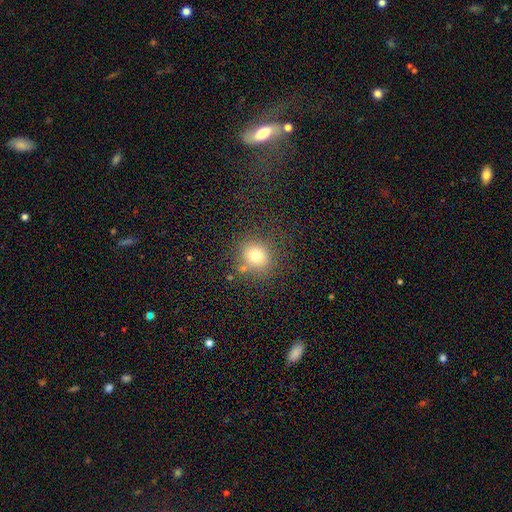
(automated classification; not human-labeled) Smooth or featured: smooth — 75% (star or artifact — 15%)
How rounded: round — 84% (in between — 16%)
Merging: none — 76% (minor disturbance — 12%)